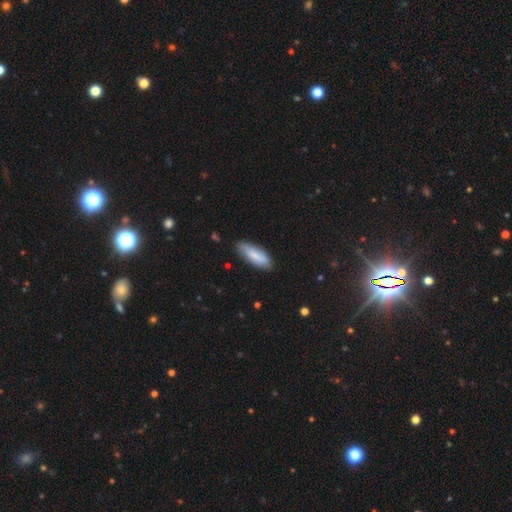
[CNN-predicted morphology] A smooth galaxy with no disk features (81%) that is in between round and cigar-shaped (64%).

Vote fractions:
- Smooth or featured? smooth: 81% / featured or disk: 14% / star or artifact: 5%
- How rounded? in between: 64% / cigar-shaped: 35% / round: 2%
- Merging? none: 83% / minor disturbance: 13% / major disturbance: 2% / merger: 1%